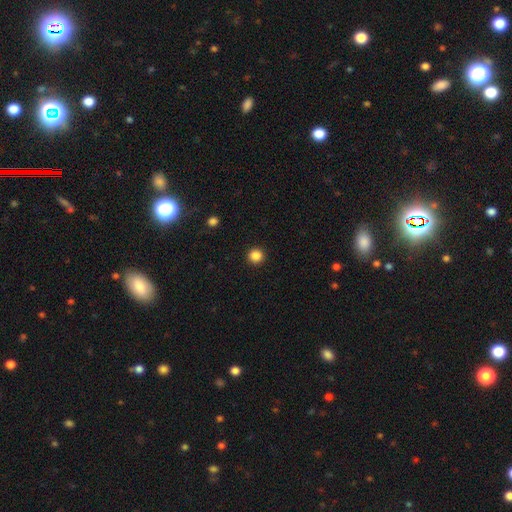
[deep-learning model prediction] Smooth or featured: smooth — 86% (star or artifact — 11%)
How rounded: round — 94% (in between — 5%)
Merging: none — 93% (minor disturbance — 4%)